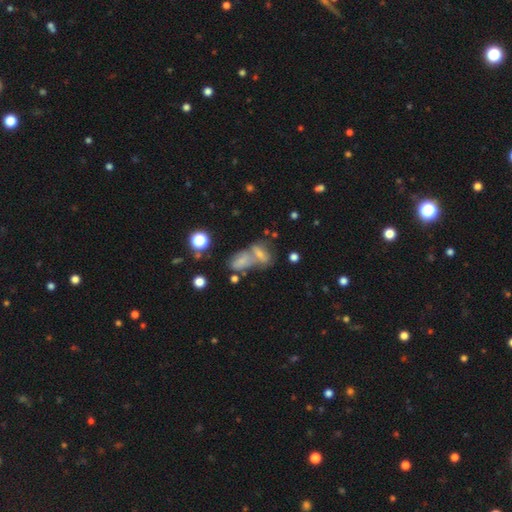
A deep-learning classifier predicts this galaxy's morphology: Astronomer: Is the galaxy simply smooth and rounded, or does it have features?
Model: smooth — 47% (runner-up: featured or disk, 31%).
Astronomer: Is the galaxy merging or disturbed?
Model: merger — 54% (runner-up: none, 30%).